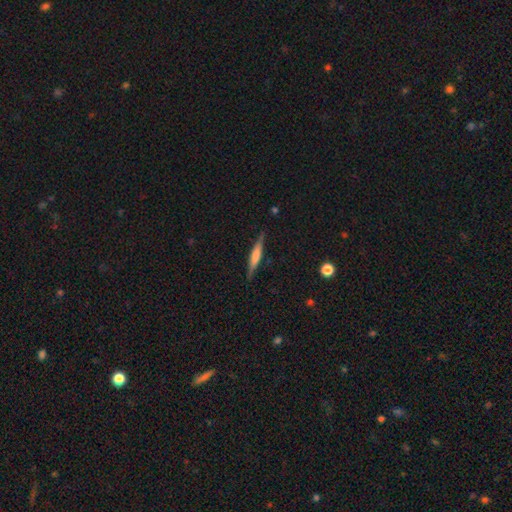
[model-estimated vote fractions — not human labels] featured or disk 49%, smooth 45%, star or artifact 6%. Down the decision tree: merging — none (87%).